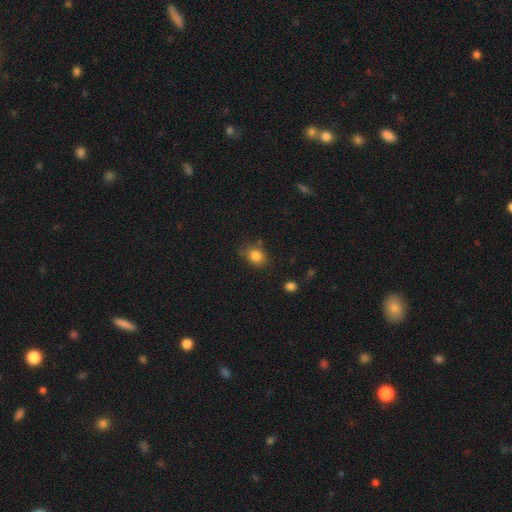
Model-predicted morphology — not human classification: This appears to be a smooth galaxy with no disk features (84%) that is in between round and cigar-shaped (54%). Merging: none (72%).